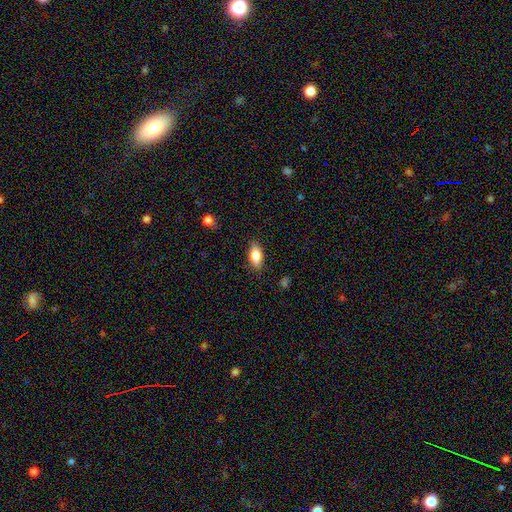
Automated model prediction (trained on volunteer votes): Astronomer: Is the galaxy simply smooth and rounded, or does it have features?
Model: smooth — 81%.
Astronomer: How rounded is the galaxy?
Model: in between — 87%.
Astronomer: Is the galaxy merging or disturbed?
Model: none — 85%.